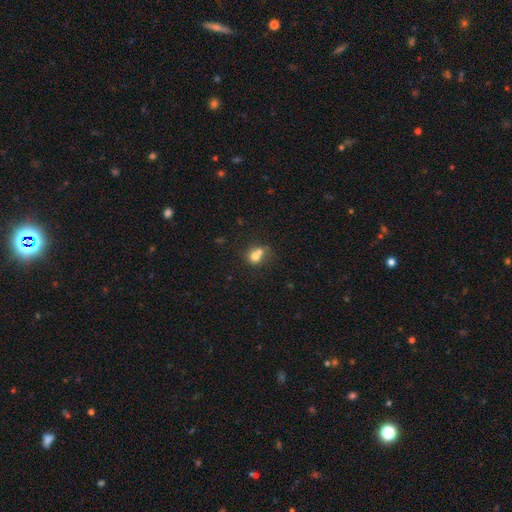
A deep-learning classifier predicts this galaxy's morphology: Smooth or featured? smooth (71%)
How rounded? round (69%)
Merging? merger (60%)